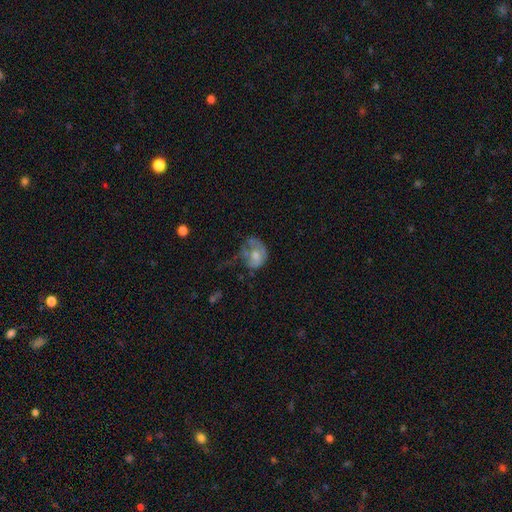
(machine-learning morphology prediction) This appears to be a smooth galaxy with no disk features (50%). Merging: major disturbance (46%).